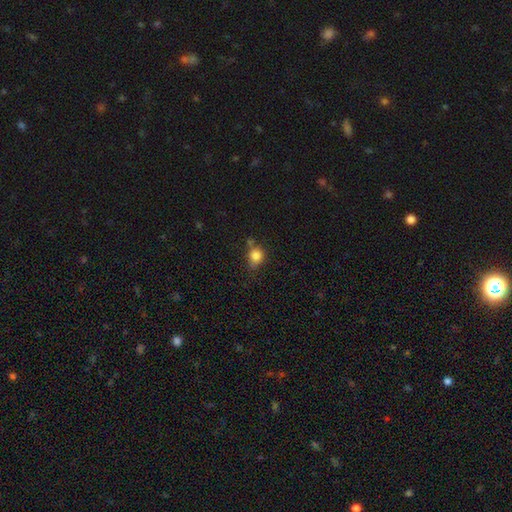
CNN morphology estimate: This is clearly a smooth galaxy (82%). How rounded: likely round (73%). Merging: possibly none (56%).